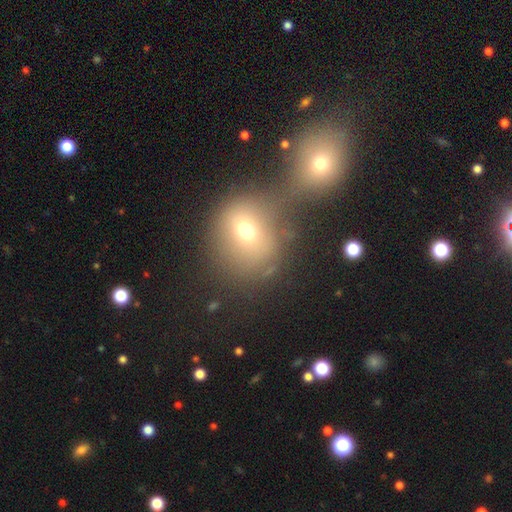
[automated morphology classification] This appears to be a smooth galaxy with no disk features (62%) that is round (72%). Merging: merger (43%).